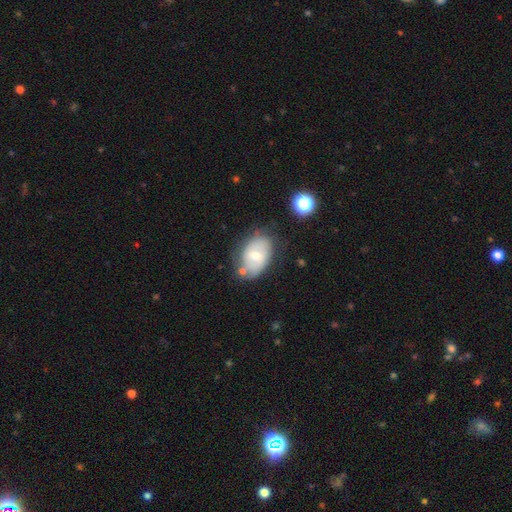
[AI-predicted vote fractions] This is possibly a smooth galaxy (47%). Merging: possibly none (59%).